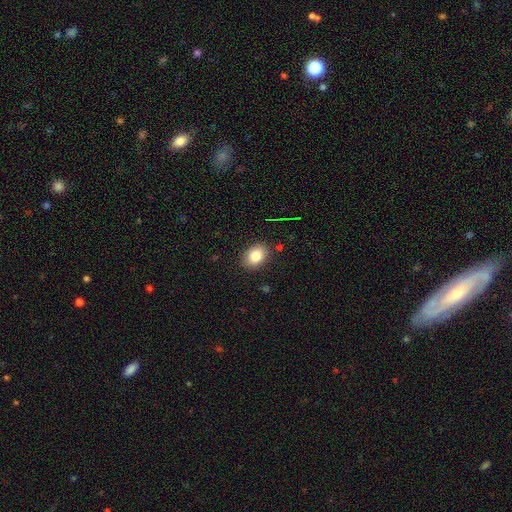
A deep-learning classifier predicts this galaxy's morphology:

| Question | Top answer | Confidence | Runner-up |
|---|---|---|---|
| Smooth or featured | smooth | 83% | star or artifact (9%) |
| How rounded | in between | 74% | round (25%) |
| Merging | none | 86% | minor disturbance (10%) |